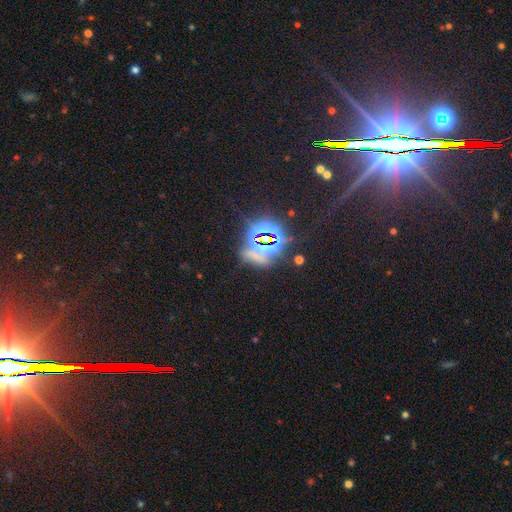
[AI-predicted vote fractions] This appears to be a star or artifact, not a galaxy (72%).